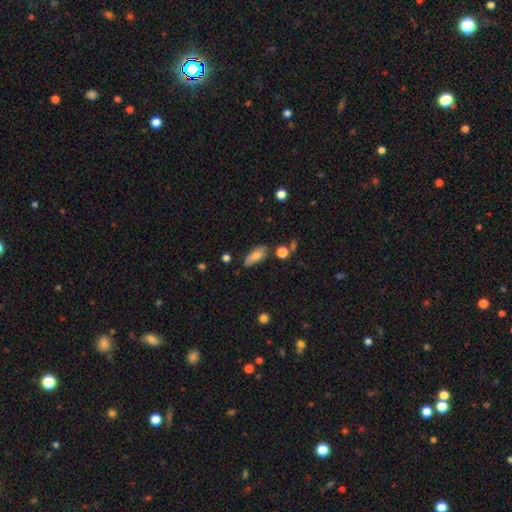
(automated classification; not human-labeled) A smooth galaxy with no disk features (73%) that is in between round and cigar-shaped (82%). Merging: none (70%).